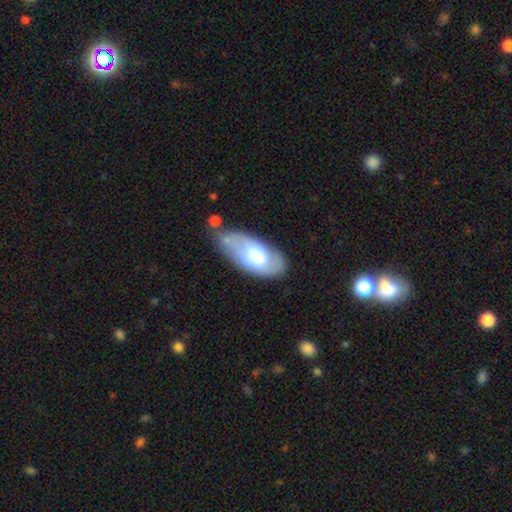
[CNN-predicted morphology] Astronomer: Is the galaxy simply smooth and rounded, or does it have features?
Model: smooth — 59% (runner-up: featured or disk, 35%).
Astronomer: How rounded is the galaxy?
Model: in between — 90%.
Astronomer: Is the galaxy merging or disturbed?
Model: none — 46% (runner-up: minor disturbance, 32%).